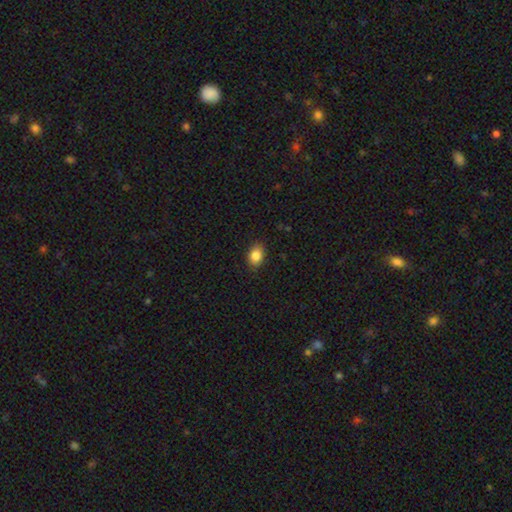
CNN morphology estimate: This appears to be a smooth galaxy with no disk features (85%) that is in between round and cigar-shaped (74%). Merging: none (85%).